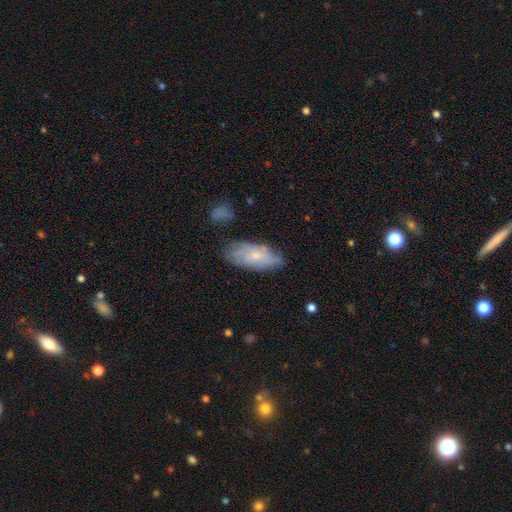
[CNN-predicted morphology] Overall: featured or disk (53%; smooth 39%). Edge-on disk: no (89%). Merging: none (69%).